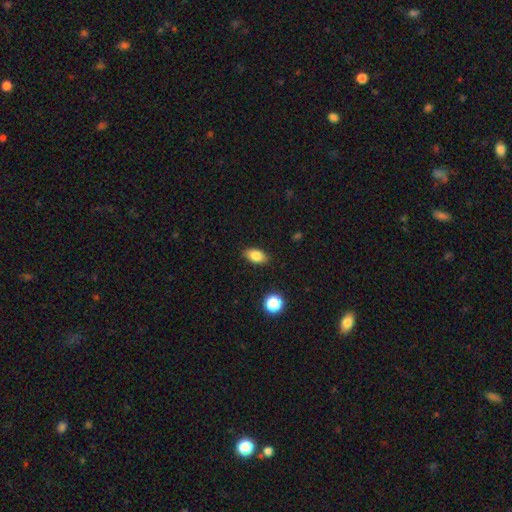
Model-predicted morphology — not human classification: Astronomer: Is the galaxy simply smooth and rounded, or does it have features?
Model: smooth — 84%.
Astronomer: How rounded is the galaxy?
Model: in between — 89%.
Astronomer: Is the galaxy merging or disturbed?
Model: none — 87%.